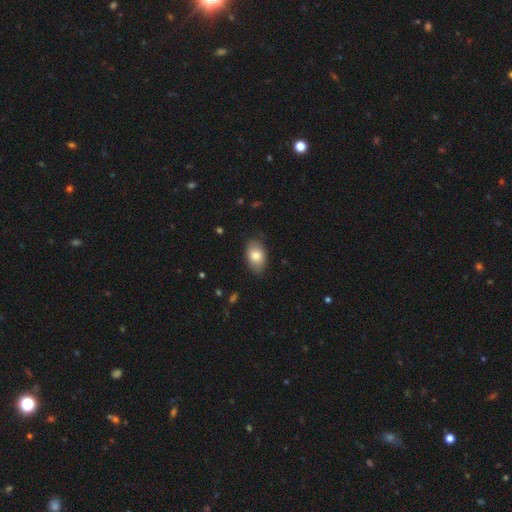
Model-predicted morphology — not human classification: A smooth galaxy with no disk features (79%) that is in between round and cigar-shaped (90%). Merging: none (81%).